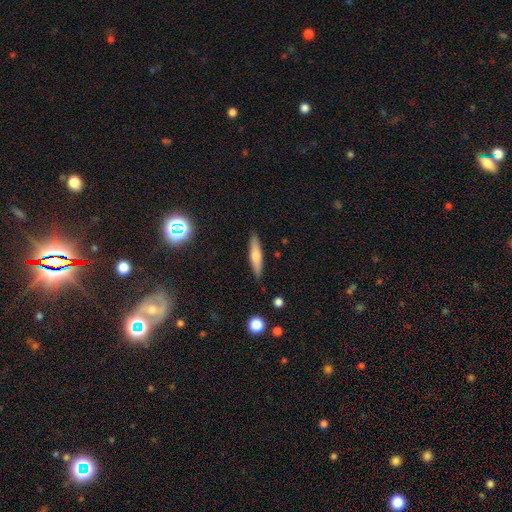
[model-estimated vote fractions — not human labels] Smooth or featured: smooth — 59% (featured or disk — 34%)
How rounded: cigar-shaped — 82% (in between — 16%)
Merging: none — 88% (minor disturbance — 8%)